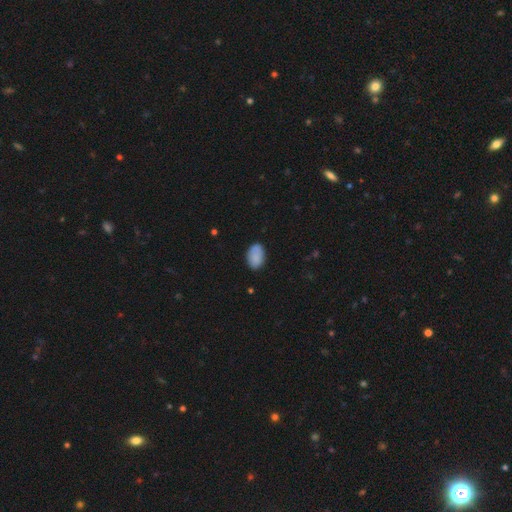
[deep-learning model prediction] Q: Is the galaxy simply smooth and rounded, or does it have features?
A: smooth — 85%.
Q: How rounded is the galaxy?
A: in between — 89%.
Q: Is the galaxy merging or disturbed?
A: none — 79%.